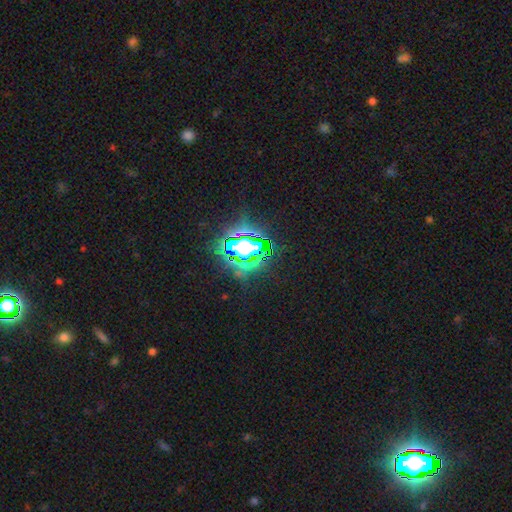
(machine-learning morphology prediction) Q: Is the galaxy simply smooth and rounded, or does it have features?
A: star or artifact — 82%.